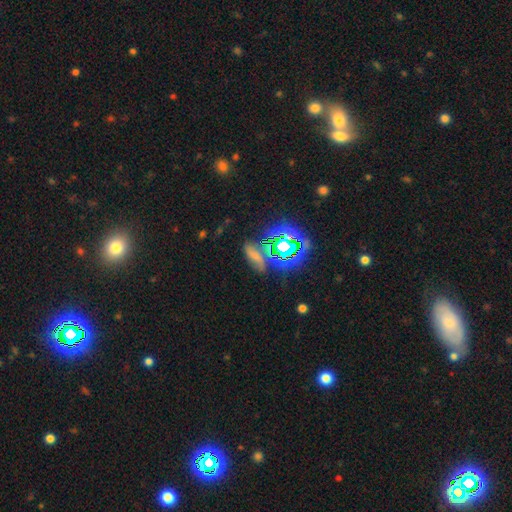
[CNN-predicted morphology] Overall: star or artifact (41%; smooth 40%).